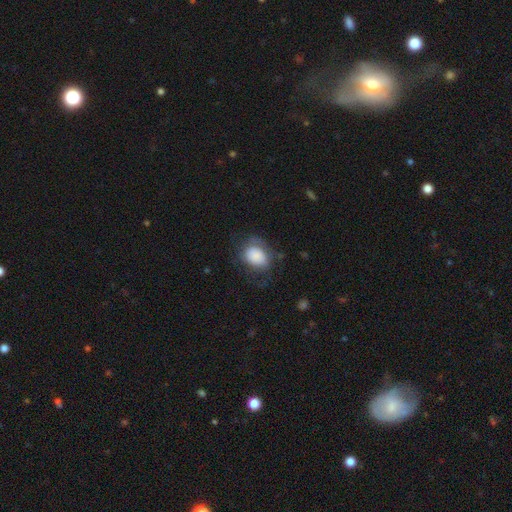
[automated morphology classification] Smooth or featured? smooth (76%)
How rounded? in between (64%)
Merging? none (53%)